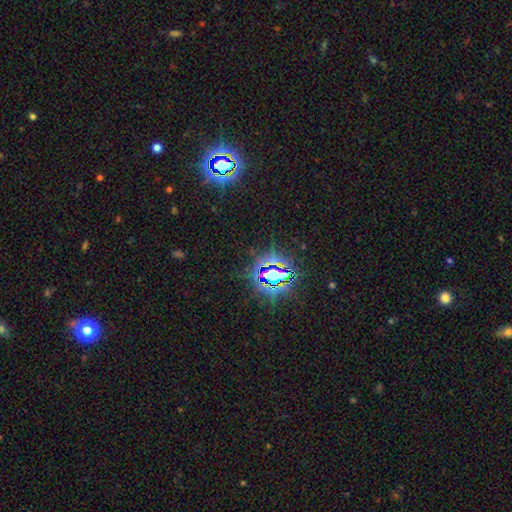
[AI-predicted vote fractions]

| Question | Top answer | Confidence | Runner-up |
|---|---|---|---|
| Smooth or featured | star or artifact | 82% | smooth (11%) |